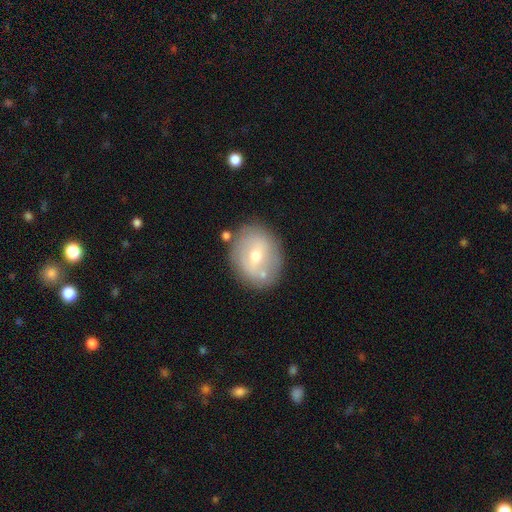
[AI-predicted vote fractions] A smooth galaxy with no disk features (49%).

Vote fractions:
- Smooth or featured? smooth: 49% / featured or disk: 43% / star or artifact: 8%
- Merging? none: 76% / minor disturbance: 13% / merger: 7% / major disturbance: 4%